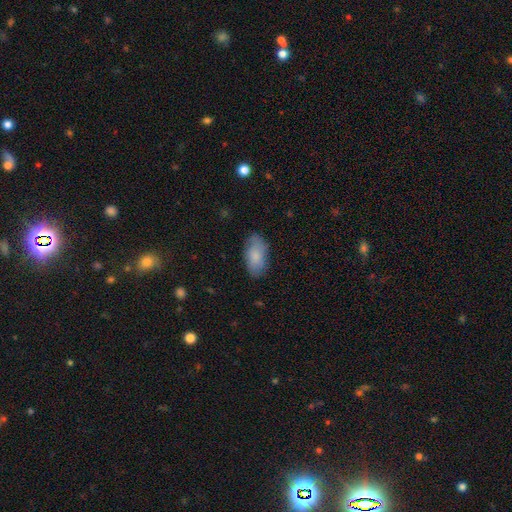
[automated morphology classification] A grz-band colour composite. It shows a smooth galaxy with no disk features (79%) that is in between round and cigar-shaped (94%). Merging: none (79%).